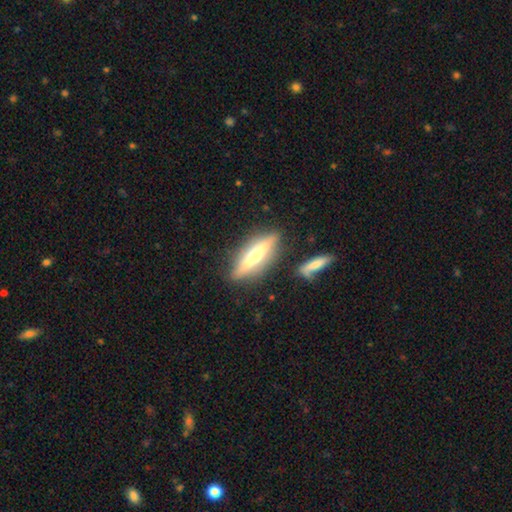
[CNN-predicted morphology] A featured or disk galaxy (60%) viewed edge-on (89%) with a rounded central bulge (83%).

Vote fractions:
- Smooth or featured? featured or disk: 60% / smooth: 34% / star or artifact: 6%
- Edge-on disk? yes: 89% / no: 11%
- Edge-on bulge? rounded: 83% / none: 9% / boxy: 8%
- Merging? none: 81% / minor disturbance: 12% / merger: 4% / major disturbance: 4%